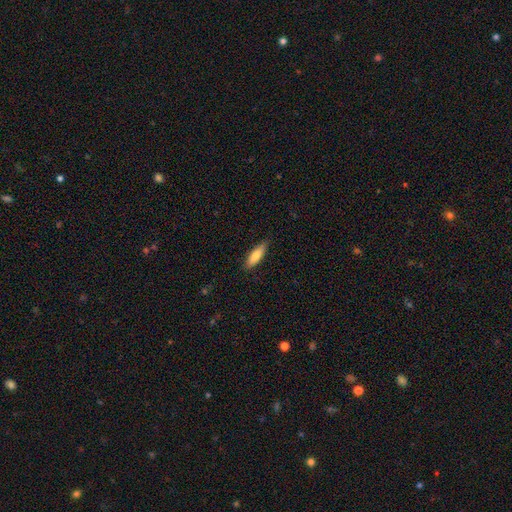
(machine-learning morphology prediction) This appears to be a smooth galaxy with no disk features (80%) that is cigar-shaped (53%). Merging: none (83%).